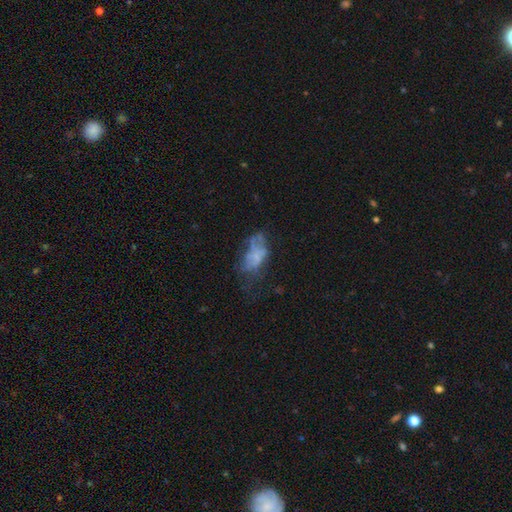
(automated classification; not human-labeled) The model was most divided on "merging": major disturbance: 36%, none: 33%, minor disturbance: 22%, merger: 8%. Remaining: smooth or featured — featured or disk (50%).